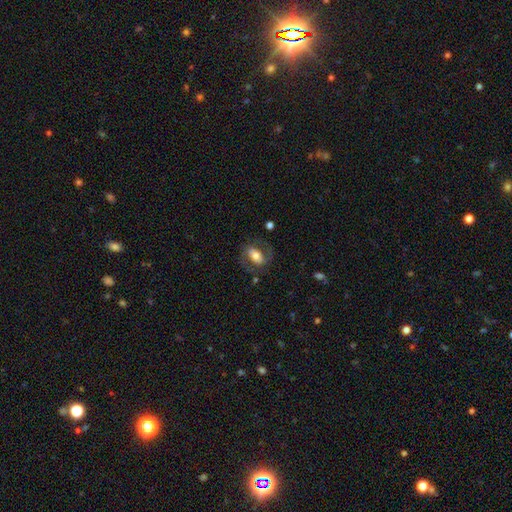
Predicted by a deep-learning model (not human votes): Smooth or featured?
  - featured or disk: 57% *
  - smooth: 36%
  - star or artifact: 7%
Edge-on disk?
  - no: 94% *
  - yes: 6%
Bar?
  - strong: 38% *
  - no: 31%
  - weak: 31%
Spiral arms?
  - yes: 78% *
  - no: 22%
Bulge size?
  - moderate: 54% *
  - large: 25%
  - small: 15%
  - dominant: 3%
  - none: 2%
Merging?
  - none: 67% *
  - minor disturbance: 17%
  - major disturbance: 14%
  - merger: 2%